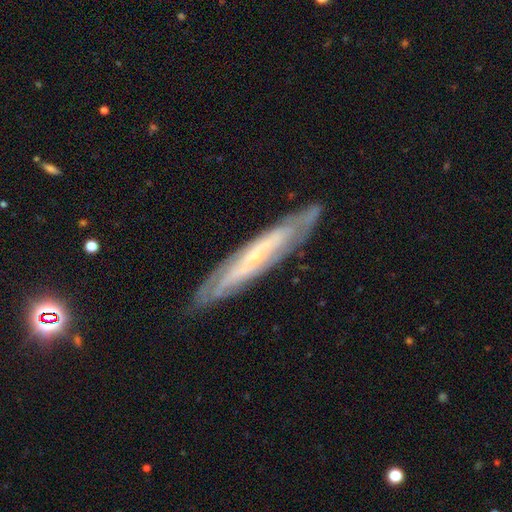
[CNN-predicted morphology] This is likely a featured or disk galaxy (77%). It is possibly viewed edge-on (51%). Merging: clearly none (83%).